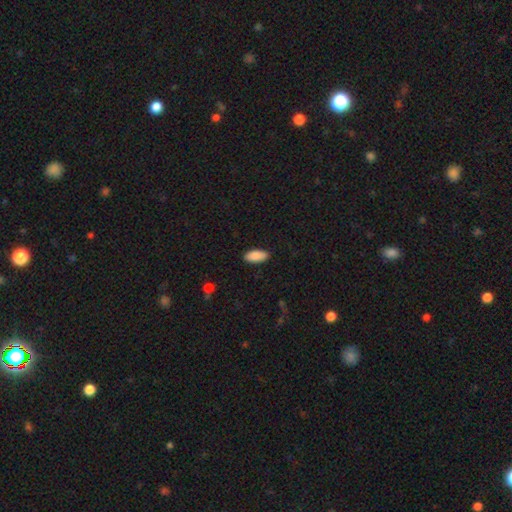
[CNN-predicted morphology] A smooth galaxy with no disk features (90%) that is in between round and cigar-shaped (88%).

Vote fractions:
- Smooth or featured? smooth: 90% / star or artifact: 6% / featured or disk: 4%
- How rounded? in between: 88% / cigar-shaped: 10% / round: 2%
- Merging? none: 88% / minor disturbance: 9% / major disturbance: 2% / merger: 1%